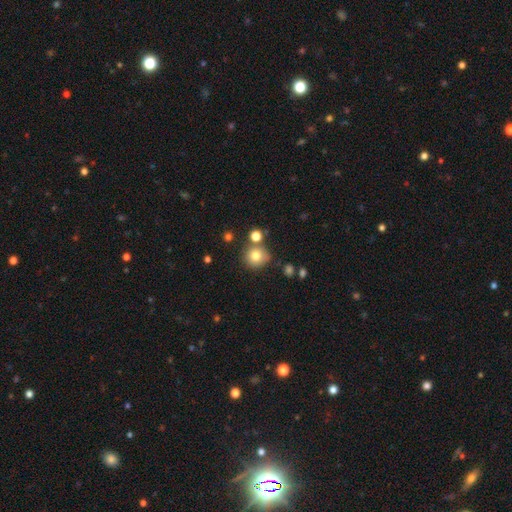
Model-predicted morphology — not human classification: Smooth or featured? smooth (78%)
How rounded? round (89%)
Merging? none (71%)